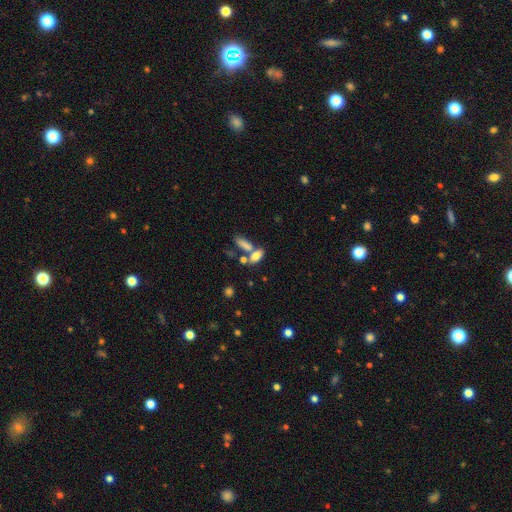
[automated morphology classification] Q: Smooth or featured?
A: smooth (76%); runner-up: featured or disk (15%)
Q: How rounded?
A: in between (79%); runner-up: cigar-shaped (16%)
Q: Merging?
A: none (44%); runner-up: merger (40%)